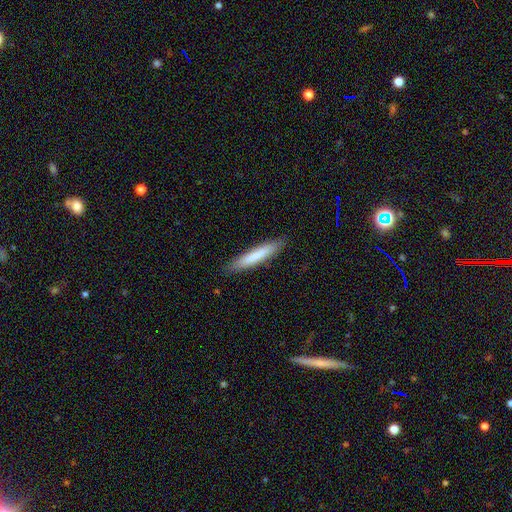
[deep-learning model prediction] Smooth or featured? smooth (77%)
How rounded? cigar-shaped (92%)
Merging? none (88%)